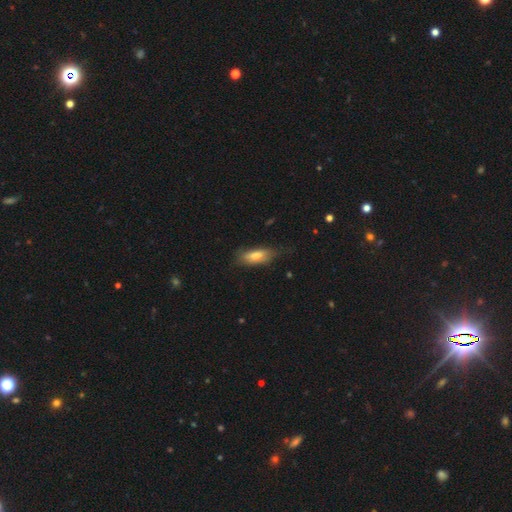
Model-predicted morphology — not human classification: smooth_or_featured: smooth (p=0.72) [alt: featured or disk p=0.21]
how_rounded: in between (p=0.69) [alt: cigar-shaped p=0.29]
merging: none (p=0.60) [alt: minor disturbance p=0.29]